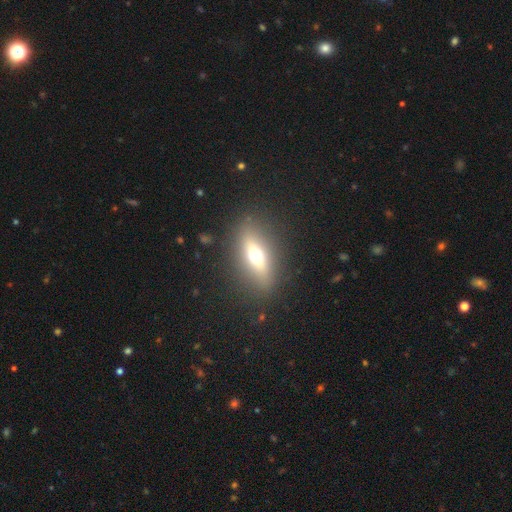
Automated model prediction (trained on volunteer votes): Overall: smooth (47%; featured or disk 41%). Merging: none (85%).